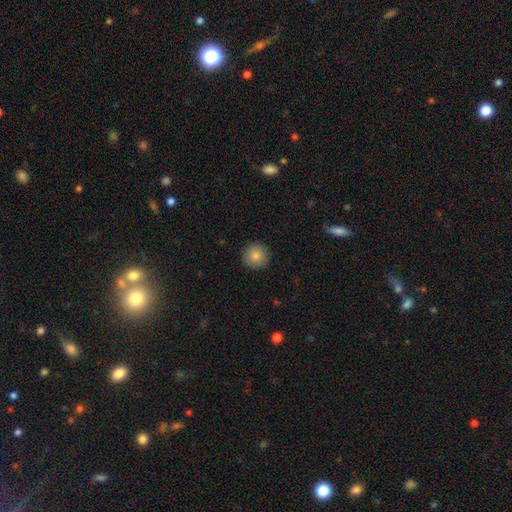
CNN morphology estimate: Smooth or featured: smooth — 84% (star or artifact — 8%)
How rounded: round — 95% (in between — 4%)
Merging: none — 91% (minor disturbance — 6%)